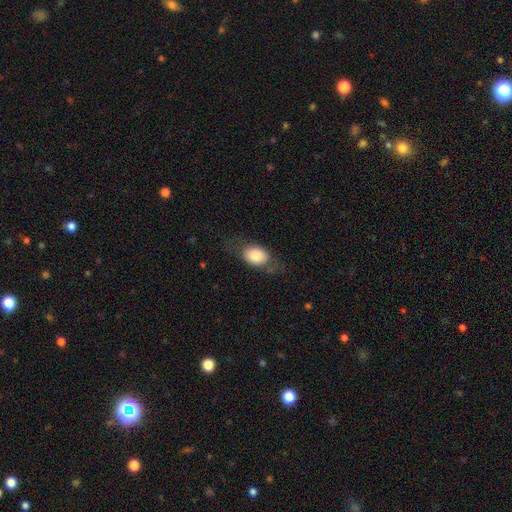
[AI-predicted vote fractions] A smooth galaxy with no disk features (75%) that is in between round and cigar-shaped (71%). Merging: none (66%).